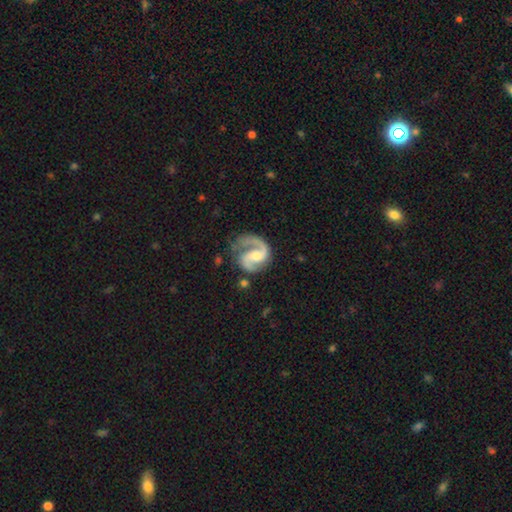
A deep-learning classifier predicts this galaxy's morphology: Overall: featured or disk (91%). Edge-on disk: no (98%). Bar: no (45%; weak 42%). Spiral arms: yes (98%). Spiral arm count: 2 (85%). Spiral winding: medium (58%; loose 23%). Bulge size: moderate (48%; small 35%). Merging: none (64%).